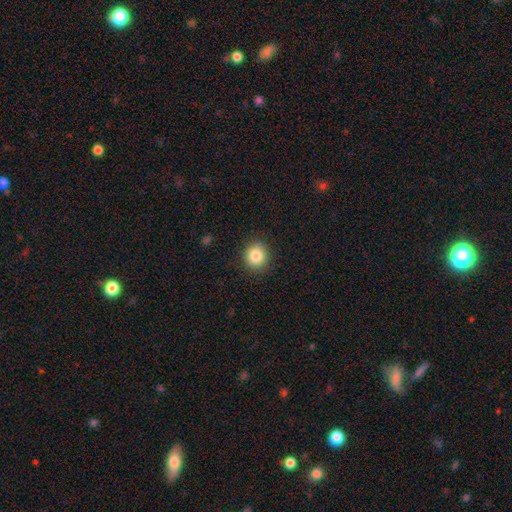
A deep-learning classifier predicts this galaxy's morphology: smooth 85%, star or artifact 10%, featured or disk 6%. Down the decision tree: how rounded — round (87%); merging — none (90%).